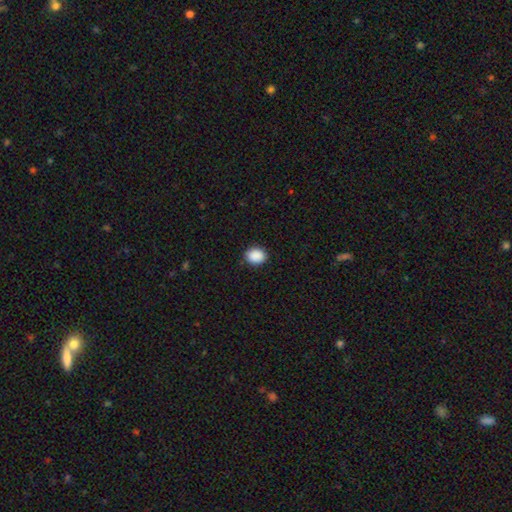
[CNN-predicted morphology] This appears to be a smooth galaxy with no disk features (90%) that is round (54%). Merging: none (89%).